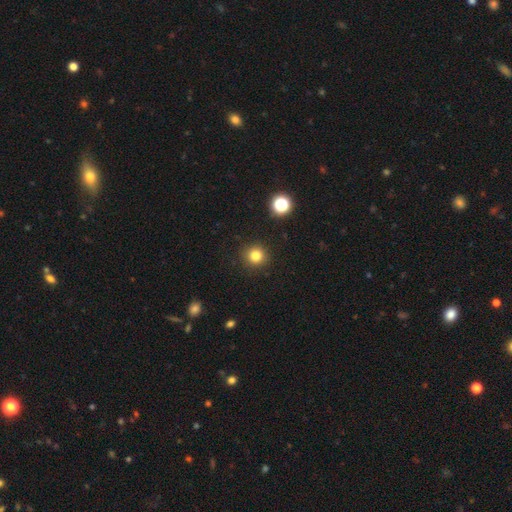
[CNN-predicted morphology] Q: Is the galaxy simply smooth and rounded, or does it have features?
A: smooth — 81%.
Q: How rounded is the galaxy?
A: round — 93%.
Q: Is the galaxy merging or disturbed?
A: none — 91%.